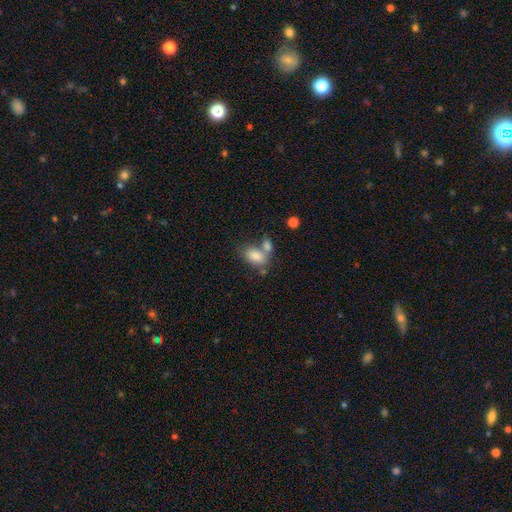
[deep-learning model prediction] Overall: smooth (81%). How rounded: in between (88%). Merging: merger (42%; none 36%).